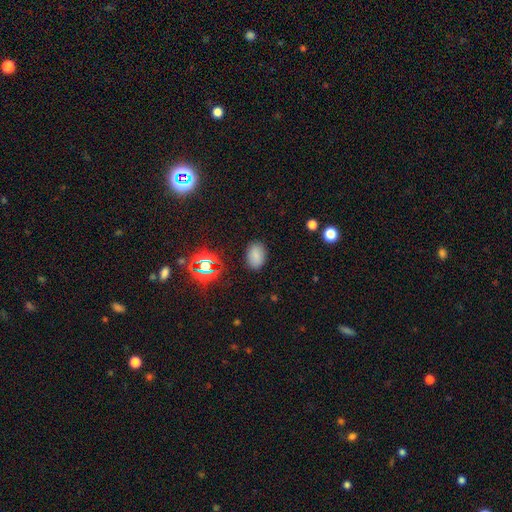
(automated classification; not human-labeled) Smooth or featured? smooth (79%)
How rounded? in between (86%)
Merging? none (86%)